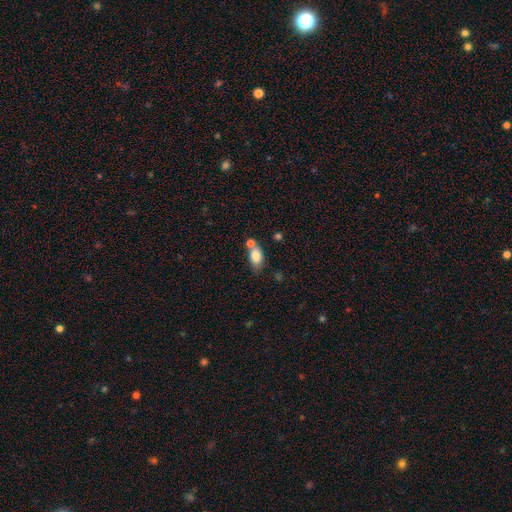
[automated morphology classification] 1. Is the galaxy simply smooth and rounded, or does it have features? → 79% smooth, 13% featured or disk, 8% star or artifact.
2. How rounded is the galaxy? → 85% in between, 11% round, 3% cigar-shaped.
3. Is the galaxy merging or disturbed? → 50% none, 29% merger, 16% minor disturbance, 5% major disturbance.